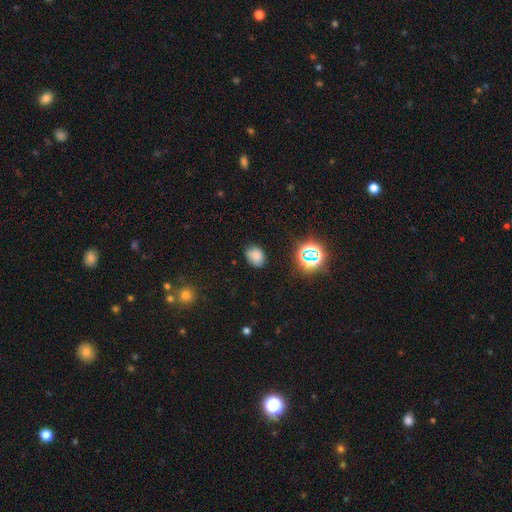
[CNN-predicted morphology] Q: Smooth or featured?
A: smooth (75%); runner-up: star or artifact (18%)
Q: How rounded?
A: in between (70%); runner-up: round (29%)
Q: Merging?
A: none (77%); runner-up: minor disturbance (17%)